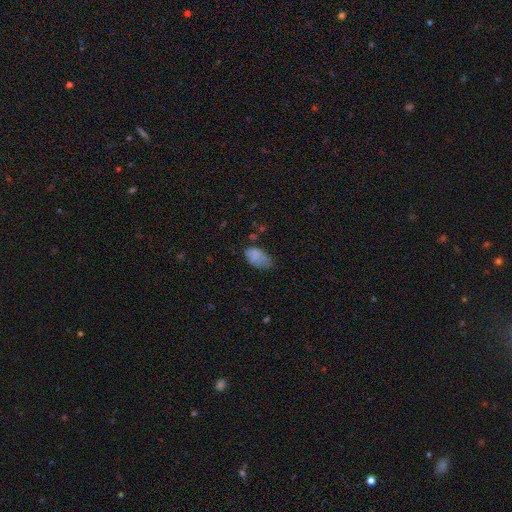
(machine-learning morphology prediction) The model was most divided on "merging": none: 41%, minor disturbance: 39%, major disturbance: 16%, merger: 3%. More confident: how rounded — in between (92%); smooth or featured — smooth (78%).